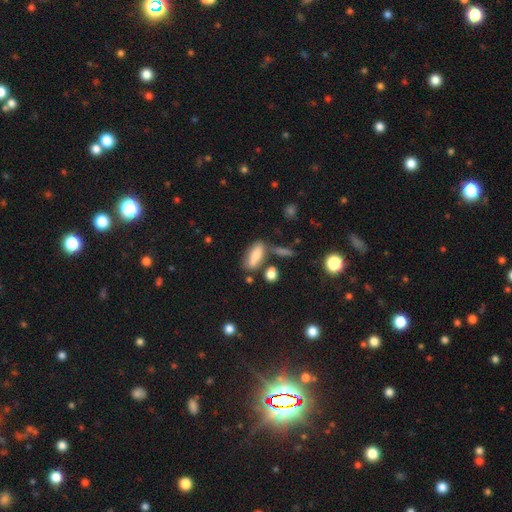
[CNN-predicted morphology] Smooth or featured? smooth (71%)
How rounded? in between (74%)
Merging? none (60%)